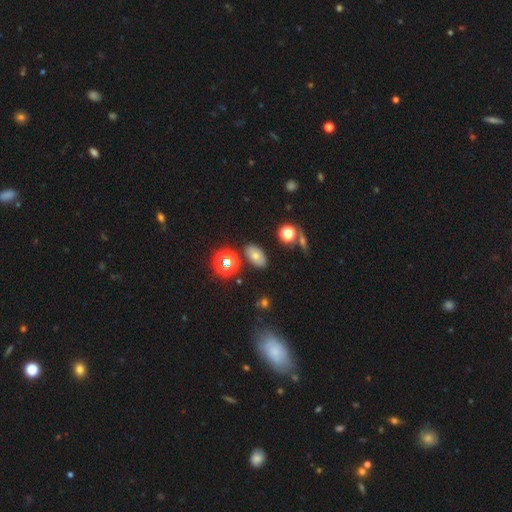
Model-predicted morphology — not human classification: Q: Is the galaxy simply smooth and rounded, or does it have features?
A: smooth — 64%.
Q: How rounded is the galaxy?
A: in between — 86%.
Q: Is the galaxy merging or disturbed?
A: none — 84%.